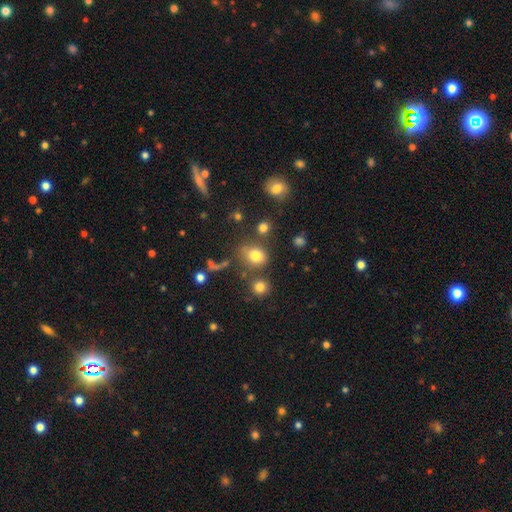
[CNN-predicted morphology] This appears to be a smooth galaxy with no disk features (76%) that is round (61%). Merging: none (68%).